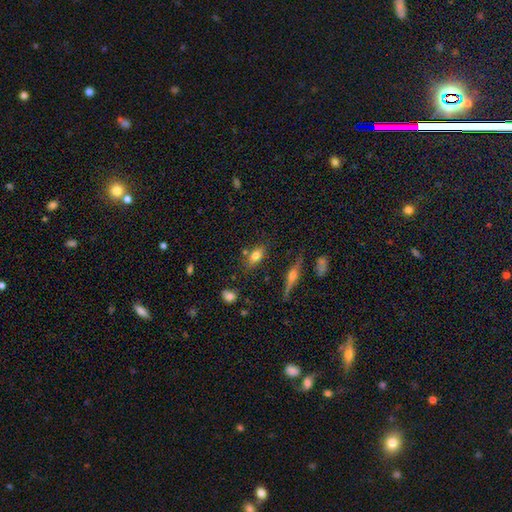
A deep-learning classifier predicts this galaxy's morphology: Smooth or featured? smooth (73%)
How rounded? in between (82%)
Merging? none (71%)